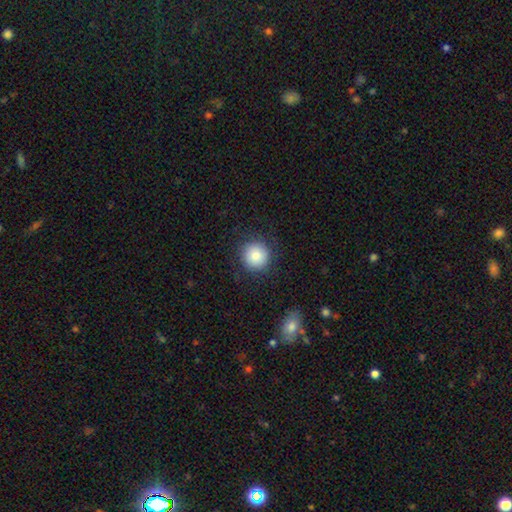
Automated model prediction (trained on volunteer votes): Morphology: type=smooth (84%); roundness=round (94%); merging=none (87%).